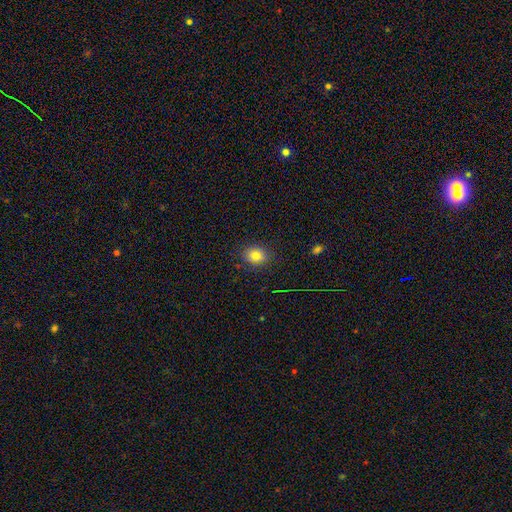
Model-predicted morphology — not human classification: Overall: smooth (81%). How rounded: round (55%; in between 44%). Merging: none (86%).